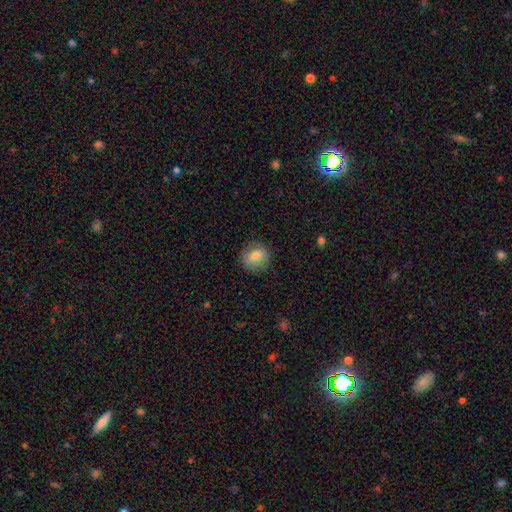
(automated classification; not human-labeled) This appears to be a smooth galaxy with no disk features (74%) that is round (70%). Merging: none (82%).